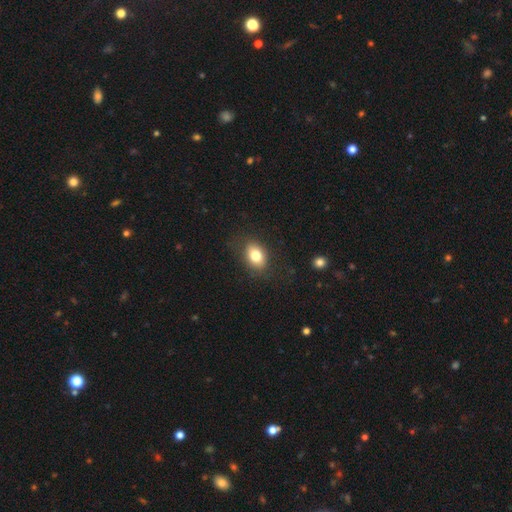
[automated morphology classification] smooth_or_featured: smooth (p=0.79) [alt: featured or disk p=0.12]
how_rounded: in between (p=0.78) [alt: round p=0.20]
merging: none (p=0.81) [alt: minor disturbance p=0.13]